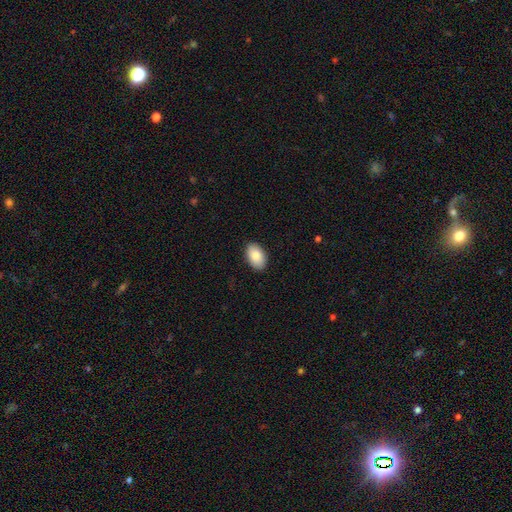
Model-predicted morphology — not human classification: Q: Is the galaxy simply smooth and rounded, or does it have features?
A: smooth — 86%.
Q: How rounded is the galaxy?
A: in between — 93%.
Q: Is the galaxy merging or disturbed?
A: none — 89%.